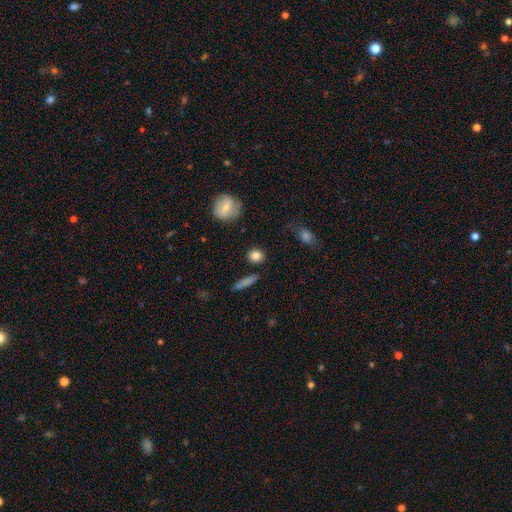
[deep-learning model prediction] Smooth or featured?
  - smooth: 83% *
  - star or artifact: 9%
  - featured or disk: 8%
How rounded?
  - round: 81% *
  - in between: 16%
  - cigar-shaped: 3%
Merging?
  - none: 86% *
  - minor disturbance: 9%
  - merger: 3%
  - major disturbance: 3%